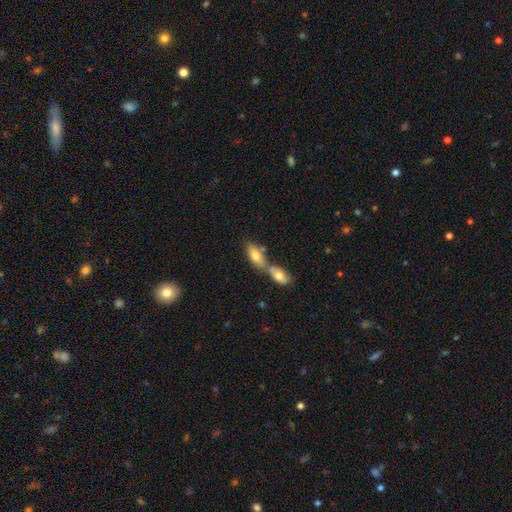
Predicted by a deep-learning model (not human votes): This is likely a smooth galaxy (76%). How rounded: clearly in between (83%). Merging: possibly merger (58%).